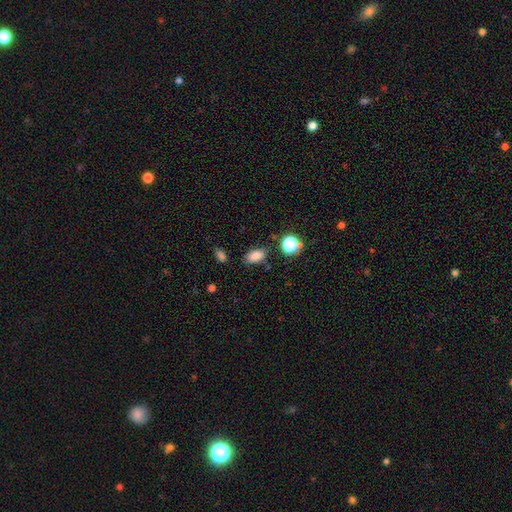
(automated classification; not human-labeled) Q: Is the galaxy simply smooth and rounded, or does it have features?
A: smooth — 82%.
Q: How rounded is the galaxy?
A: in between — 87%.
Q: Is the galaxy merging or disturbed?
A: none — 80%.